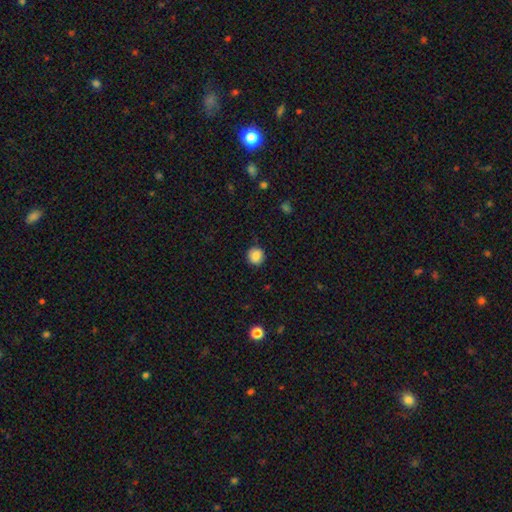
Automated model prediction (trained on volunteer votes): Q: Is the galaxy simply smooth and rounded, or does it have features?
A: smooth — 86%.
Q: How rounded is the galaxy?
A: round — 89%.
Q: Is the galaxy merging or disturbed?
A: none — 87%.